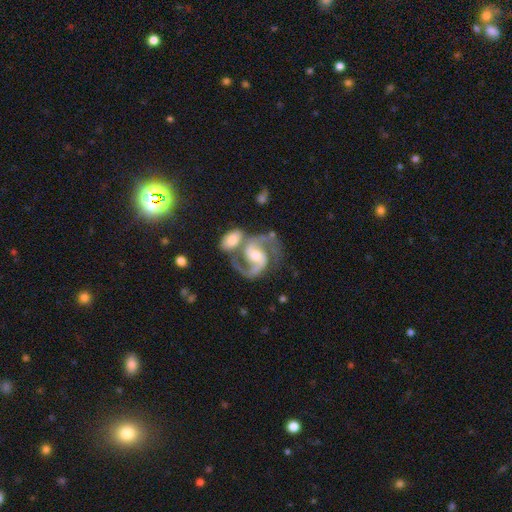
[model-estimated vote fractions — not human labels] Morphology: type=featured or disk (91%); edge-on=no (98%); bar=weak (43%); spiral arms=yes (98%); winding=medium (64%); arm count=2 (93%); bulge=moderate (60%); merging=none (46%).